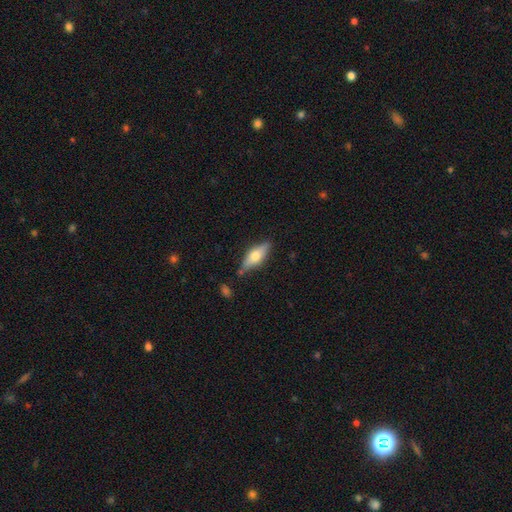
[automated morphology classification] The model was most divided on "smooth or featured": smooth: 49%, featured or disk: 44%, star or artifact: 6%. More confident: merging — none (78%).